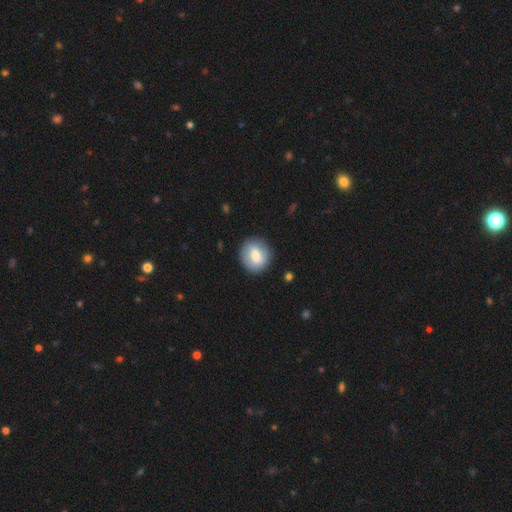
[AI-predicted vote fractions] Smooth or featured: smooth — 69% (featured or disk — 24%)
How rounded: round — 84% (in between — 15%)
Merging: none — 86% (minor disturbance — 9%)